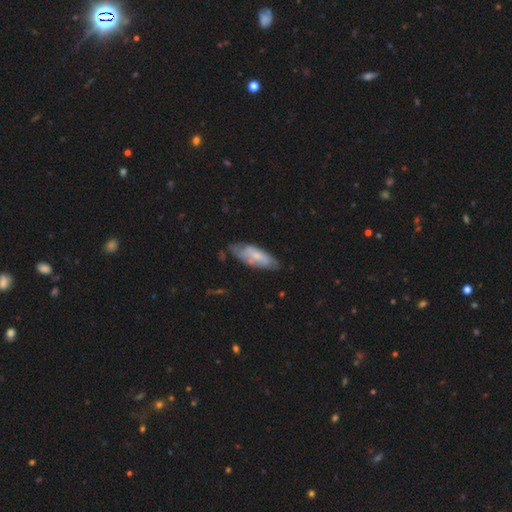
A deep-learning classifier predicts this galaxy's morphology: Overall: smooth (53%; featured or disk 41%). How rounded: in between (65%; cigar-shaped 33%). Merging: none (60%; minor disturbance 29%).